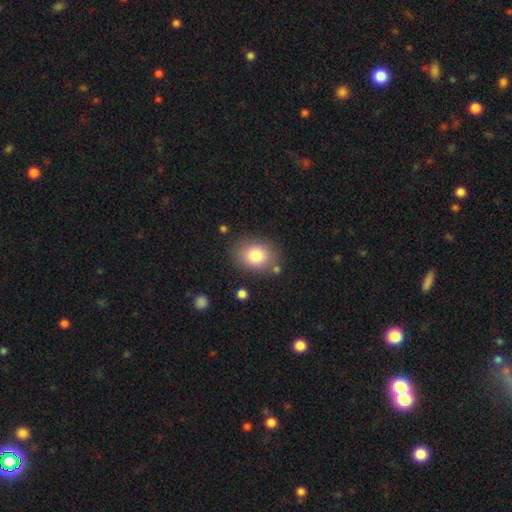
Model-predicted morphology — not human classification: Smooth or featured?
  - smooth: 81% *
  - featured or disk: 10%
  - star or artifact: 9%
How rounded?
  - in between: 54% *
  - round: 45%
  - cigar-shaped: 1%
Merging?
  - none: 78% *
  - minor disturbance: 13%
  - merger: 5%
  - major disturbance: 4%